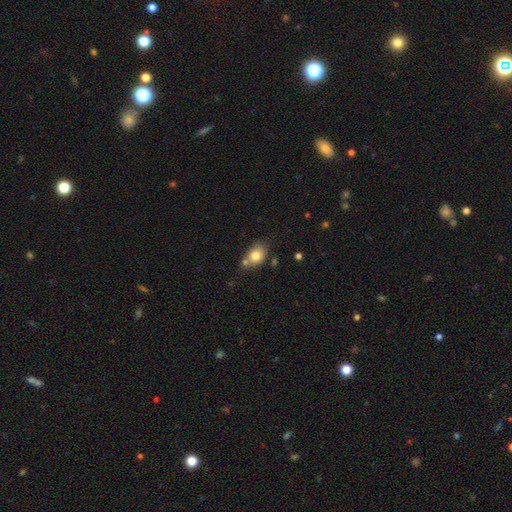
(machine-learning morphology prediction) Smooth or featured: smooth — 79% (featured or disk — 11%)
How rounded: in between — 57% (round — 42%)
Merging: none — 53% (merger — 23%)